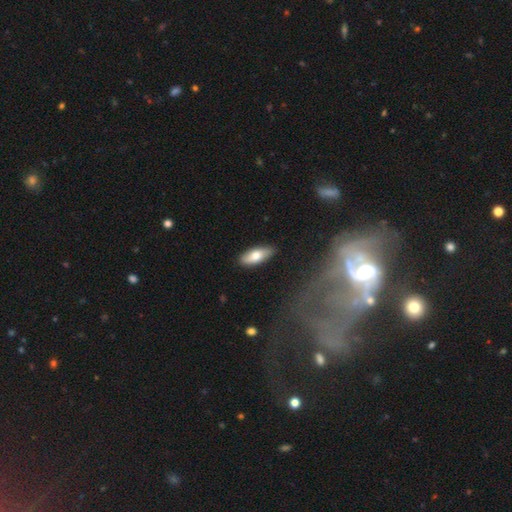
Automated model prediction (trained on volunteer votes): This appears to be a smooth galaxy with no disk features (73%) that is in between round and cigar-shaped (73%). Merging: none (88%).